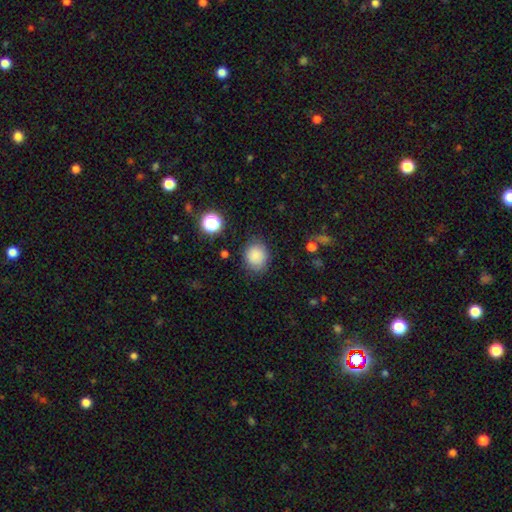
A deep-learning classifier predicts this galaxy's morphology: A smooth galaxy with no disk features (85%) that is round (70%). Merging: none (80%).